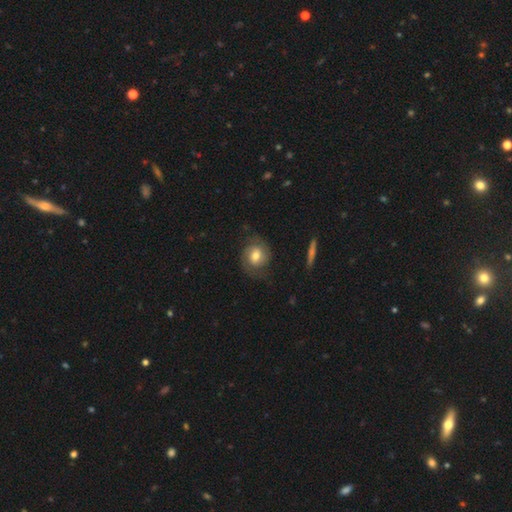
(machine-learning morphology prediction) Overall: featured or disk (66%; smooth 28%). Edge-on disk: no (97%). Bar: no (53%; weak 37%). Spiral arms: yes (90%). Spiral arm count: 2 (87%). Spiral winding: medium (45%; tight 37%). Bulge size: moderate (70%). Merging: none (74%).